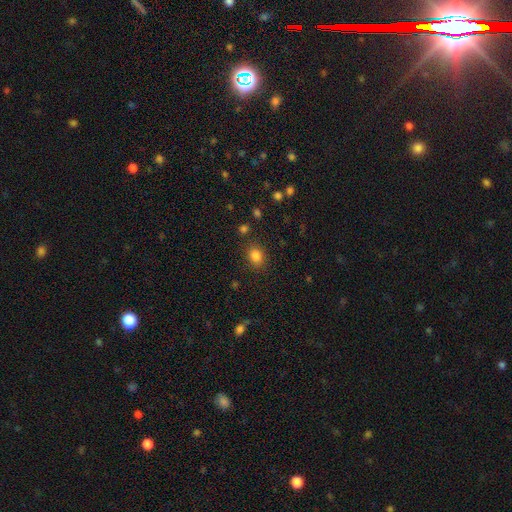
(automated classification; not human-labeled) Morphology: type=smooth (83%); roundness=in between (54%); merging=none (83%).